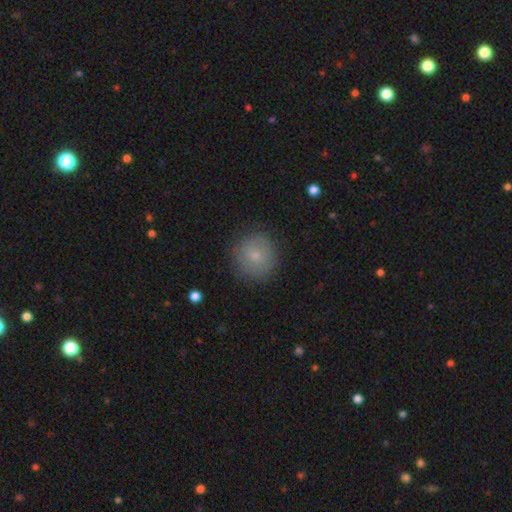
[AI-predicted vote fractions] This appears to be a smooth galaxy with no disk features (75%) that is round (93%). Merging: none (84%).